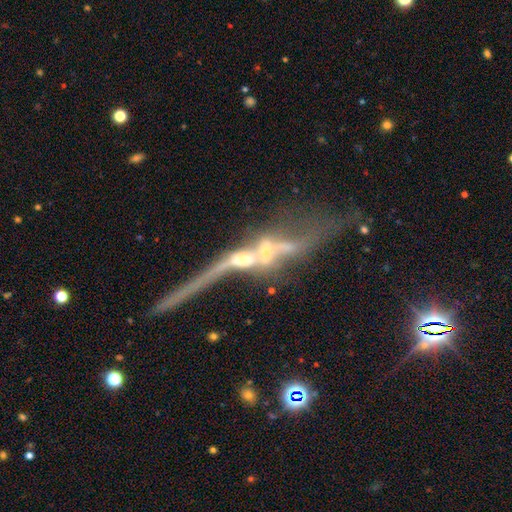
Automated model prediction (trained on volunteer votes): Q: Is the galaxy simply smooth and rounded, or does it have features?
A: featured or disk — 74%.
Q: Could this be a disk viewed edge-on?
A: yes — 73%.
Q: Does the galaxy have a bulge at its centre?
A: rounded — 68%.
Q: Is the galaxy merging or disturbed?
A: merger — 43%.